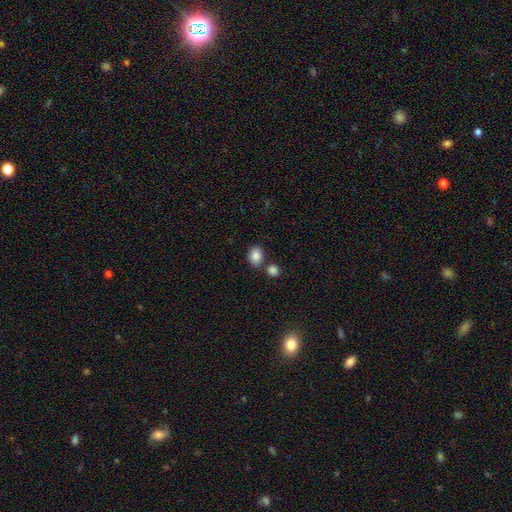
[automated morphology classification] Smooth or featured: smooth — 86% (star or artifact — 9%)
How rounded: in between — 60% (round — 39%)
Merging: none — 69% (merger — 18%)